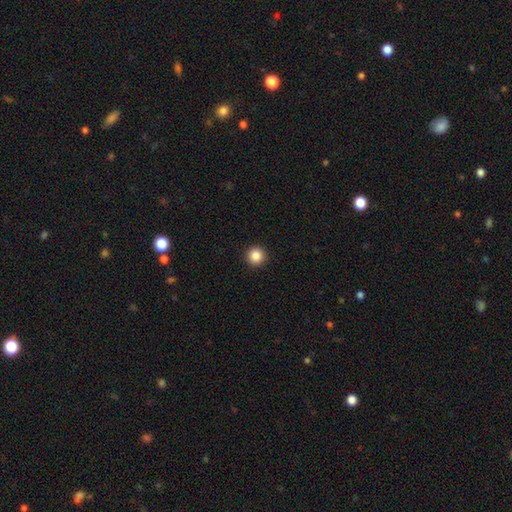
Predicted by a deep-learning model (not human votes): smooth 86%, star or artifact 10%, featured or disk 3%. Down the decision tree: how rounded — round (96%); merging — none (94%).